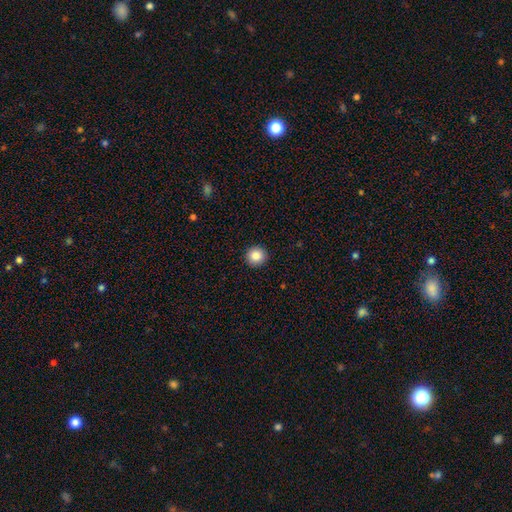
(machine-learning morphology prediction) Overall: smooth (87%). How rounded: round (94%). Merging: none (93%).